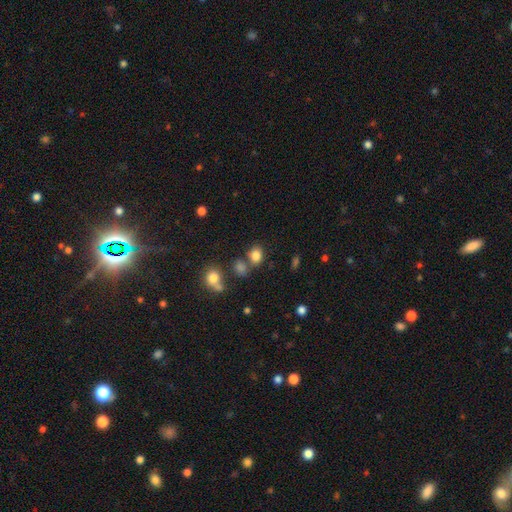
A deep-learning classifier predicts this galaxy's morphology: Smooth or featured? Predicted: smooth (p=0.81). How rounded? Predicted: round (p=0.53). Merging? Predicted: none (p=0.64).